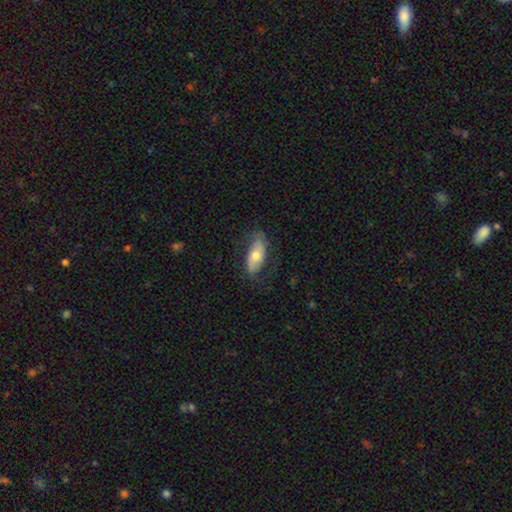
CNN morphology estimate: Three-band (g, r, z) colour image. It shows a smooth galaxy with no disk features (55%) that is in between round and cigar-shaped (82%). Merging: none (70%).